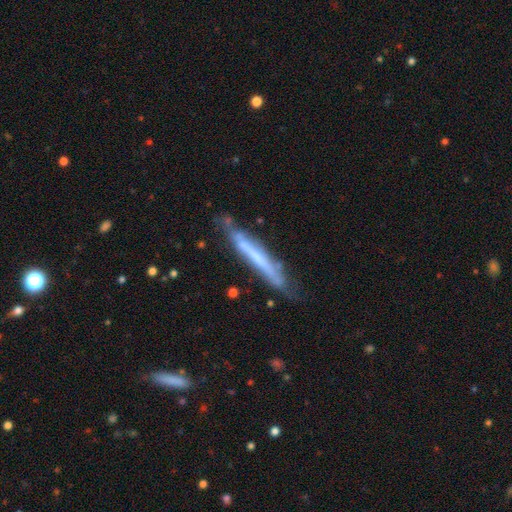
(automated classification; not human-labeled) Smooth or featured: featured or disk — 58% (smooth — 35%)
Edge-on disk: yes — 82% (no — 18%)
Merging: none — 65% (minor disturbance — 25%)